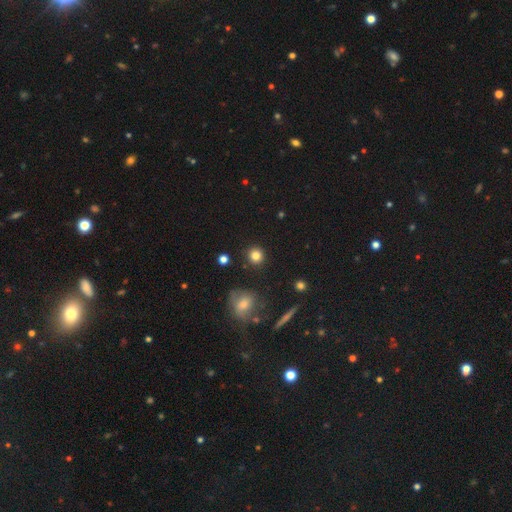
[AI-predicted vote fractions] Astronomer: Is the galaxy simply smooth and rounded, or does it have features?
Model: smooth — 82%.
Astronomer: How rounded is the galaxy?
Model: round — 92%.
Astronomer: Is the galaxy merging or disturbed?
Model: none — 89%.